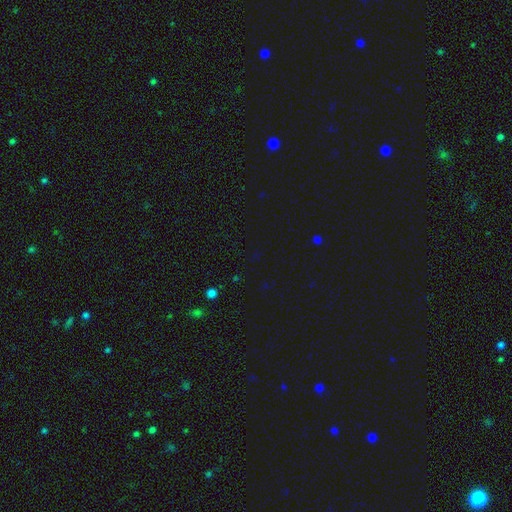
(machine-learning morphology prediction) The model was most divided on "smooth or featured": star or artifact: 69%, smooth: 24%, featured or disk: 7%.